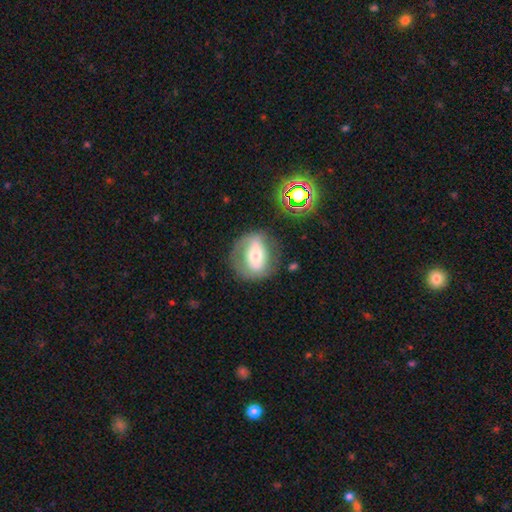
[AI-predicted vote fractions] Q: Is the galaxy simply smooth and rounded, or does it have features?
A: featured or disk — 52%.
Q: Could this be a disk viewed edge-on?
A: no — 92%.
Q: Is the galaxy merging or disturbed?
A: none — 63%.